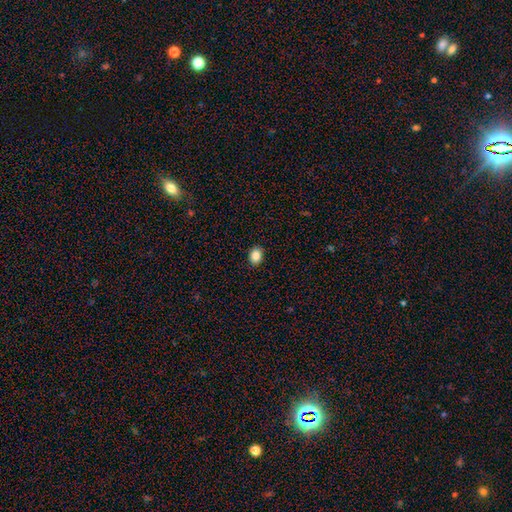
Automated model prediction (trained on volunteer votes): smooth_or_featured: smooth (p=0.85) [alt: star or artifact p=0.09]
how_rounded: in between (p=0.63) [alt: round p=0.36]
merging: none (p=0.91) [alt: minor disturbance p=0.07]